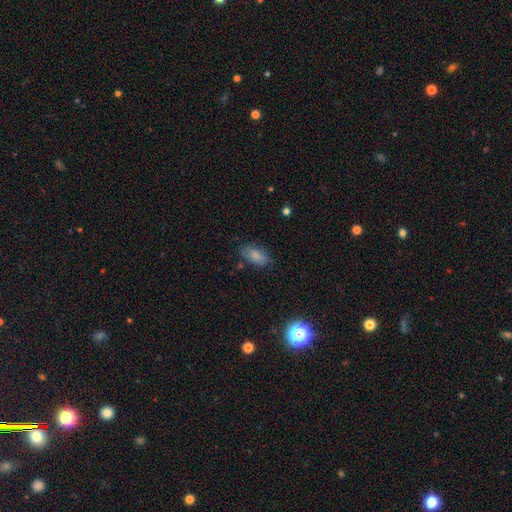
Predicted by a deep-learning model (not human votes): Overall: smooth (81%). How rounded: in between (91%). Merging: none (76%).